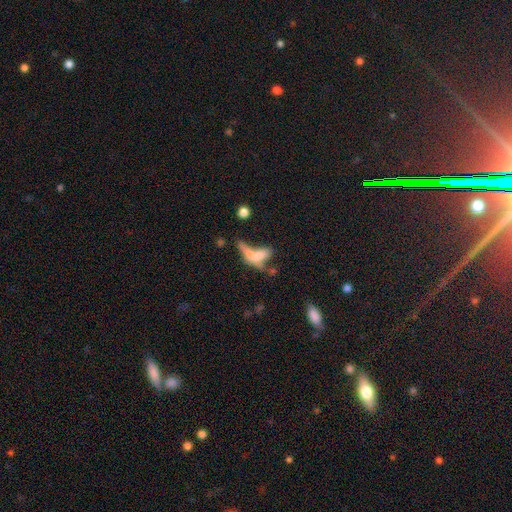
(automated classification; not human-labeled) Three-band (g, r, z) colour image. It shows a smooth galaxy with no disk features (55%) that is cigar-shaped (52%). Merging: merger (43%).